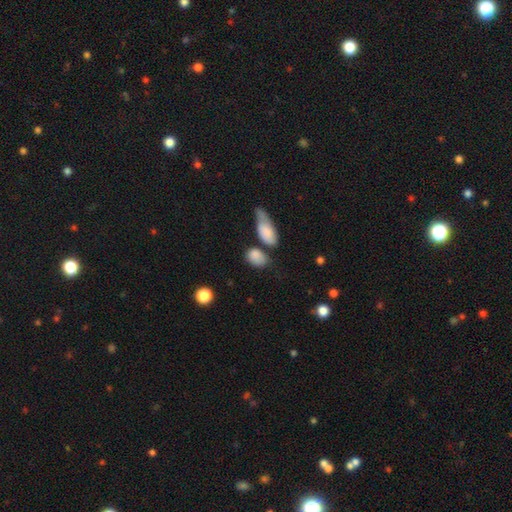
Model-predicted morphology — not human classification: Overall: smooth (84%). How rounded: in between (77%). Merging: none (48%; minor disturbance 22%).